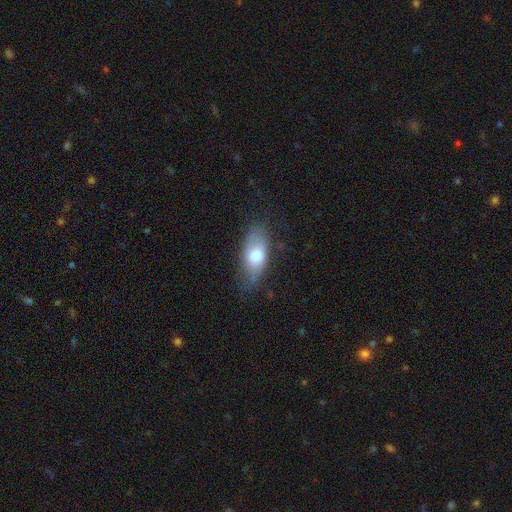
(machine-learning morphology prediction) smooth-or-featured: smooth: 70% | featured or disk: 23% | star or artifact: 7%
  how-rounded: in between: 83% | cigar-shaped: 13% | round: 4%
  merging: none: 69% | minor disturbance: 23% | major disturbance: 6% | merger: 1%